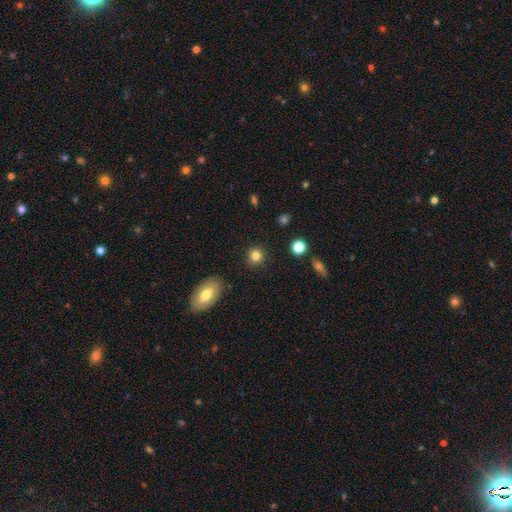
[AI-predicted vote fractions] This is clearly a smooth galaxy (83%). How rounded: clearly round (89%). Merging: clearly none (89%).